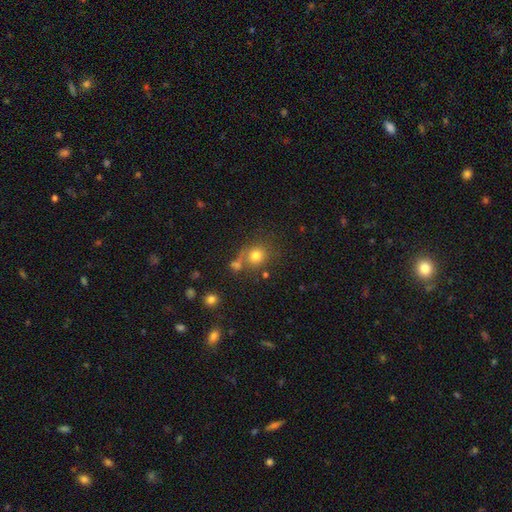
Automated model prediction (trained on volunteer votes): smooth 78%, star or artifact 13%, featured or disk 9%. Down the decision tree: how rounded — round (83%); merging — none (63%).